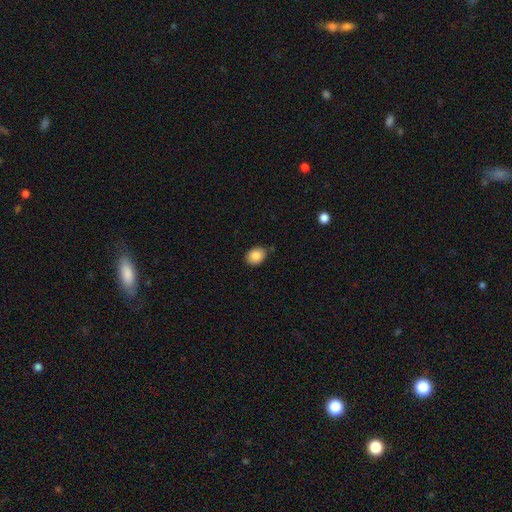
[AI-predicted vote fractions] This is clearly a smooth galaxy (87%). How rounded: likely in between (61%). Merging: likely none (80%).